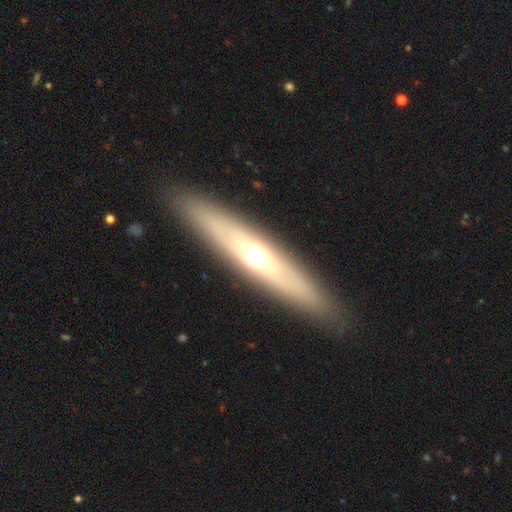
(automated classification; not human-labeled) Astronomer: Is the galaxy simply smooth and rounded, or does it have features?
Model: featured or disk — 55% (runner-up: smooth, 39%).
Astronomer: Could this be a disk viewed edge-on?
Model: yes — 76%.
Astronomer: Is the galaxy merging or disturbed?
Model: none — 90%.